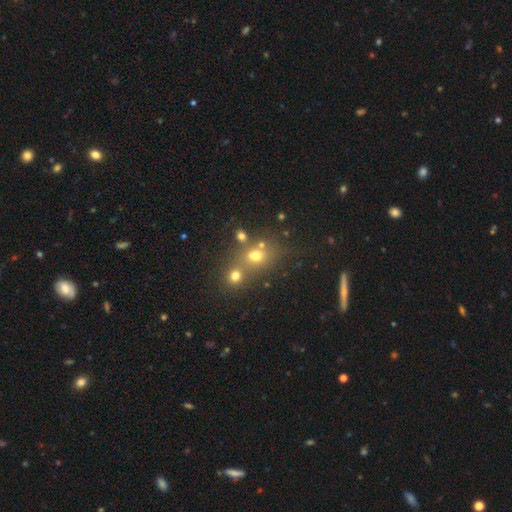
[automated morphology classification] Overall: smooth (59%; star or artifact 23%). How rounded: round (64%; in between 33%). Merging: none (47%; merger 39%).